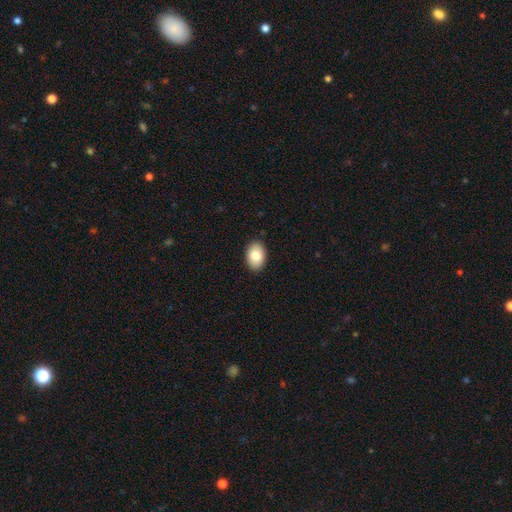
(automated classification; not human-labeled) Smooth or featured: smooth — 84% (featured or disk — 10%)
How rounded: in between — 87% (round — 12%)
Merging: none — 90% (minor disturbance — 8%)